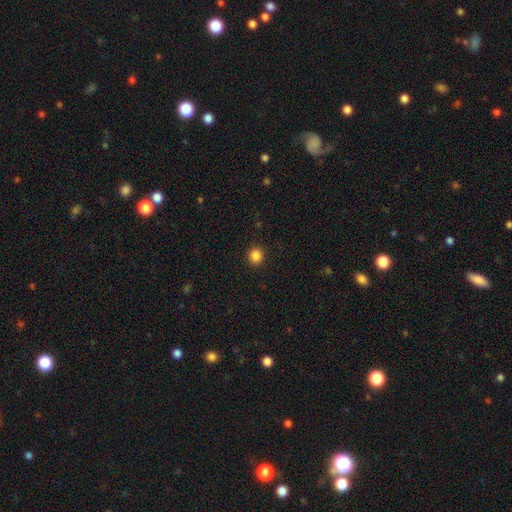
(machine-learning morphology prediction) smooth_or_featured: smooth (p=0.86) [alt: star or artifact p=0.11]
how_rounded: round (p=0.92) [alt: in between p=0.07]
merging: none (p=0.92) [alt: minor disturbance p=0.05]